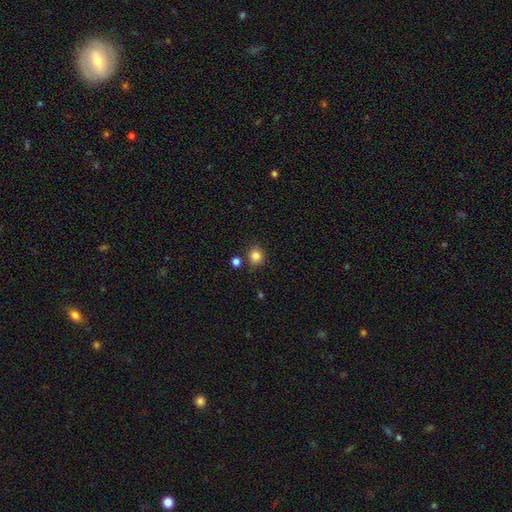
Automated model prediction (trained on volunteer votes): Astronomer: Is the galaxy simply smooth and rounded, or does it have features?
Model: smooth — 83%.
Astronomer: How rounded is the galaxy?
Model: round — 82%.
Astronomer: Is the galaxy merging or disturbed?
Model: none — 80%.